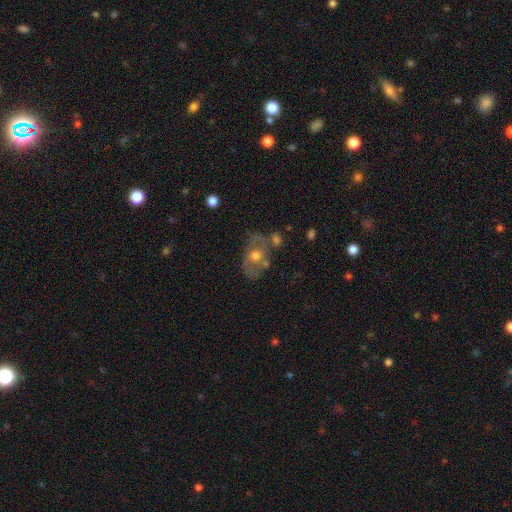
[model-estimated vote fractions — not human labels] Morphology: type=featured or disk (55%); edge-on=no (92%); bar=no (81%); spiral arms=no (62%); bulge=moderate (71%); merging=none (53%).